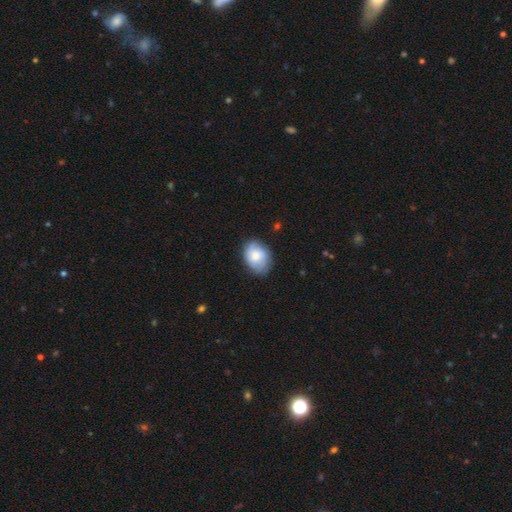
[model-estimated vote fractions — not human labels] Smooth or featured? smooth (74%)
How rounded? in between (71%)
Merging? none (76%)